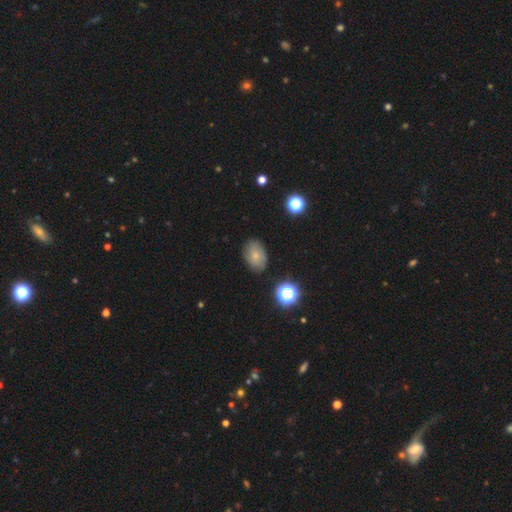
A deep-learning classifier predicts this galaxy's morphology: Q: Smooth or featured?
A: smooth (71%); runner-up: featured or disk (18%)
Q: How rounded?
A: in between (80%); runner-up: round (19%)
Q: Merging?
A: none (81%); runner-up: minor disturbance (14%)